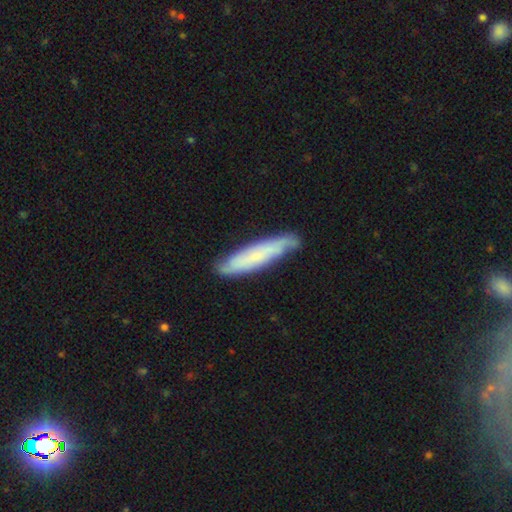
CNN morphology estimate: smooth-or-featured: smooth: 51% | featured or disk: 43% | star or artifact: 6%
  how-rounded: cigar-shaped: 85% | in between: 14% | round: 1%
  merging: none: 72% | minor disturbance: 21% | major disturbance: 4% | merger: 2%